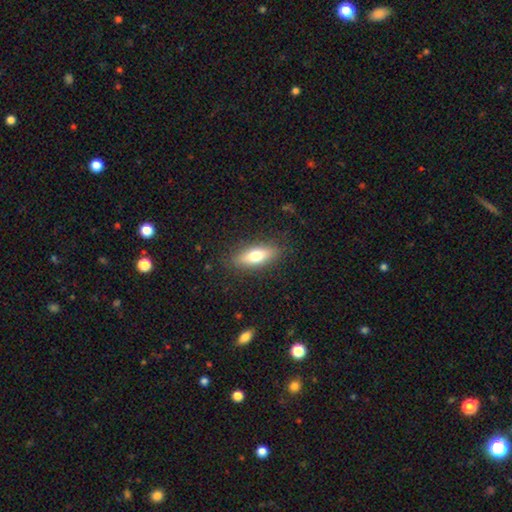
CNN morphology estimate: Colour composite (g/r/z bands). It shows a smooth galaxy with no disk features (69%) that is in between round and cigar-shaped (64%). Merging: none (85%).